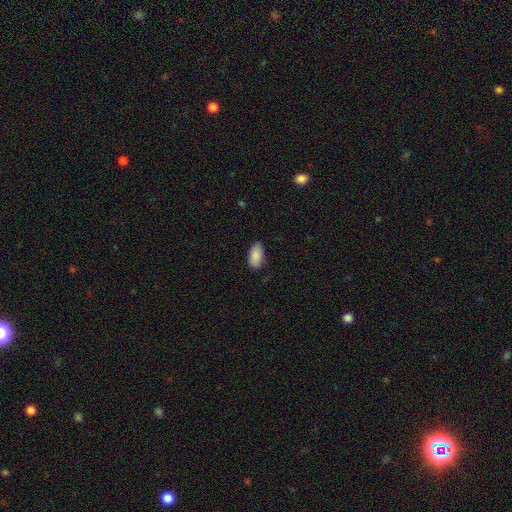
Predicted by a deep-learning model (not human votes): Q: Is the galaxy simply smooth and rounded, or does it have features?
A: smooth — 89%.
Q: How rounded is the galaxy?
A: in between — 94%.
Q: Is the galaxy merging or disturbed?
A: none — 80%.